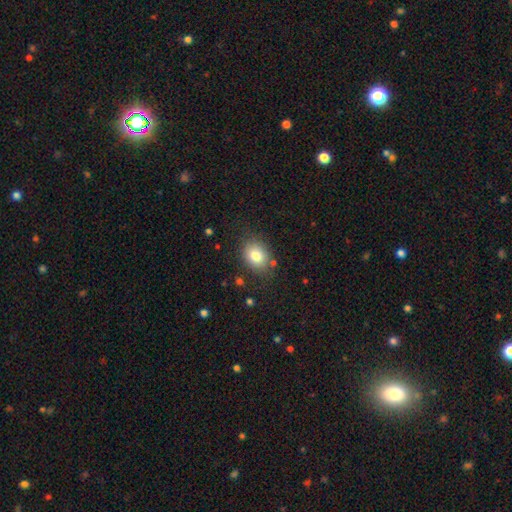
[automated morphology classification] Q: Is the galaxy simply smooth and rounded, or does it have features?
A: smooth — 80%.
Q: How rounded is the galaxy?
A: round — 51%.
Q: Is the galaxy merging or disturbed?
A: none — 80%.